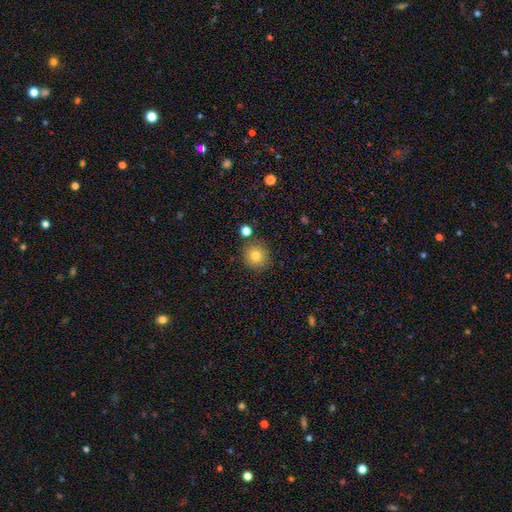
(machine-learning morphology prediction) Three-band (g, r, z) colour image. It shows a smooth galaxy with no disk features (79%) that is round (92%). Merging: none (85%).